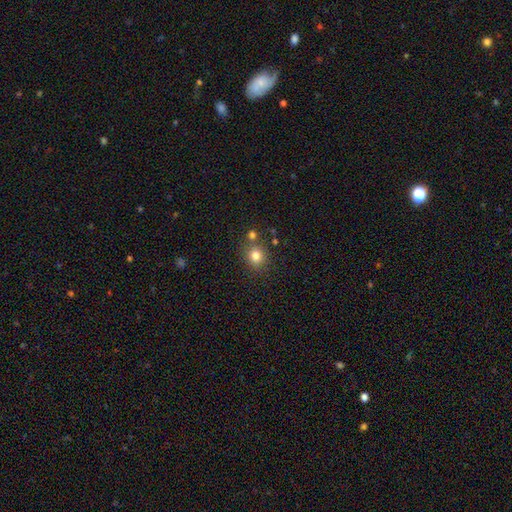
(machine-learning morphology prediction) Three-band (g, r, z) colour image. It shows a smooth galaxy with no disk features (79%) that is round (84%). Merging: none (72%).